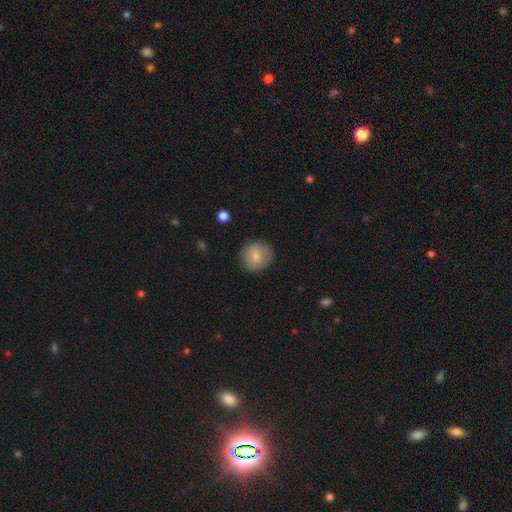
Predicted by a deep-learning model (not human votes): smooth 82%, featured or disk 11%, star or artifact 8%. Down the decision tree: how rounded — round (91%); merging — none (86%).